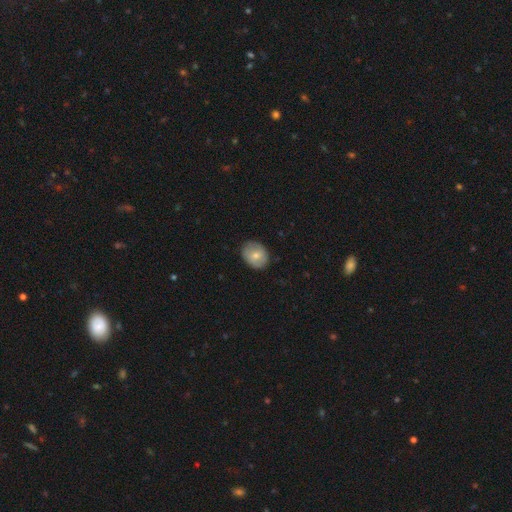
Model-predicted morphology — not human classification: type=smooth (70%); roundness=round (50%); merging=none (81%).